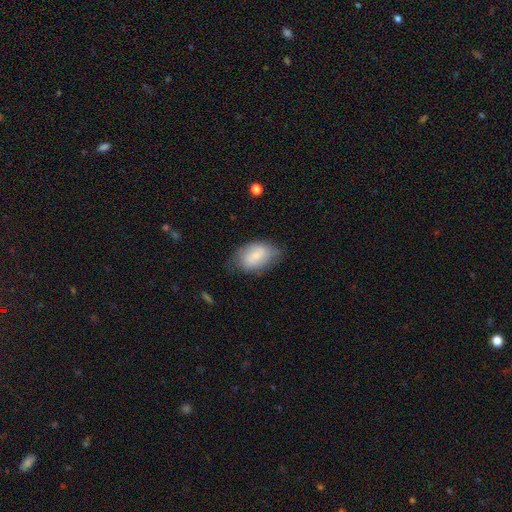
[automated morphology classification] Smooth or featured? Predicted: smooth (p=0.69). How rounded? Predicted: in between (p=0.89). Merging? Predicted: none (p=0.62).